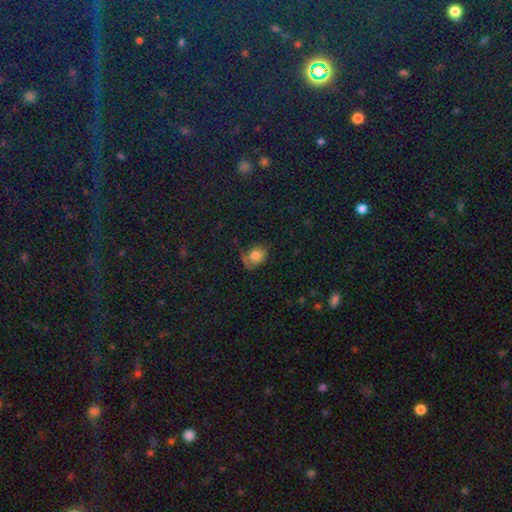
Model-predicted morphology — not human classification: This appears to be a smooth galaxy with no disk features (74%) that is round (52%). Merging: none (54%).